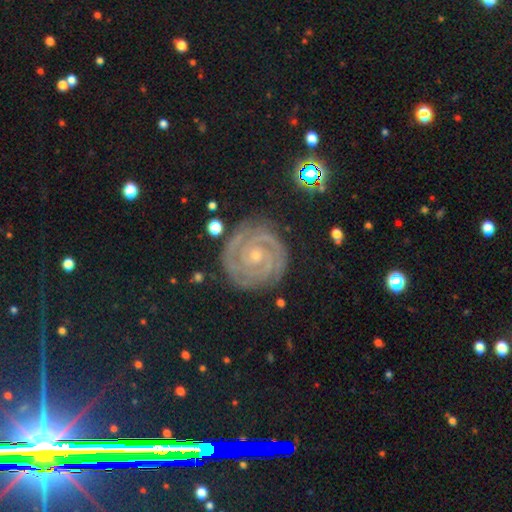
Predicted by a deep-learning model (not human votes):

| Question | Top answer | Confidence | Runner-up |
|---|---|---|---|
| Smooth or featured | featured or disk | 89% | star or artifact (7%) |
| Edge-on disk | no | 98% | yes (2%) |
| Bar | no | 69% | weak (21%) |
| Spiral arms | yes | 99% | no (1%) |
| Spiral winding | tight | 86% | medium (12%) |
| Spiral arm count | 2 | 69% | 3 (13%) |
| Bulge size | small | 78% | moderate (18%) |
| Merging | none | 84% | minor disturbance (12%) |